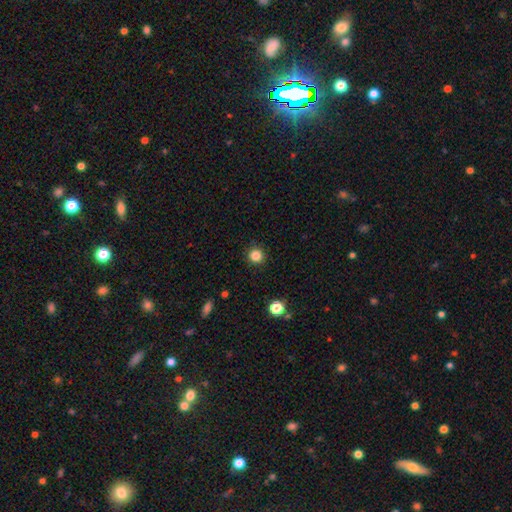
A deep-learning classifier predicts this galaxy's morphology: A smooth galaxy with no disk features (84%) that is round (92%). Merging: none (91%).